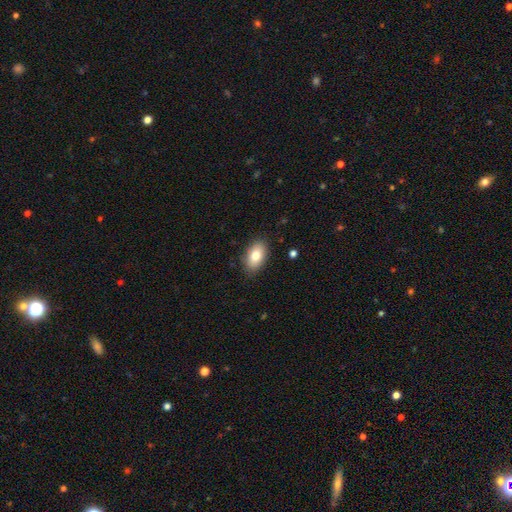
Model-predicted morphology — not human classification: Smooth or featured? smooth (79%)
How rounded? in between (91%)
Merging? none (86%)